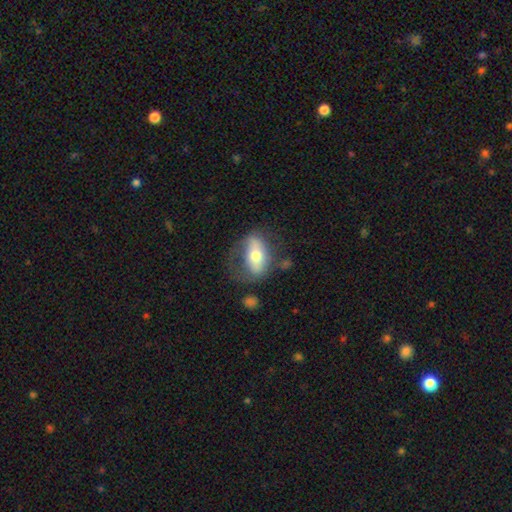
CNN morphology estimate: smooth_or_featured: smooth (p=0.49) [alt: featured or disk p=0.45]
merging: none (p=0.49) [alt: minor disturbance p=0.24]